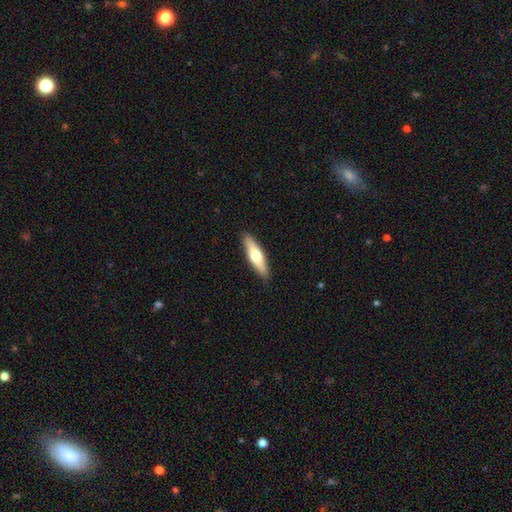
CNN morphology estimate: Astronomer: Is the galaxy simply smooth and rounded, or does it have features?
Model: smooth — 55% (runner-up: featured or disk, 40%).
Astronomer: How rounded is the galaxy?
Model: cigar-shaped — 67%.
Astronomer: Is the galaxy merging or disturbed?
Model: none — 89%.